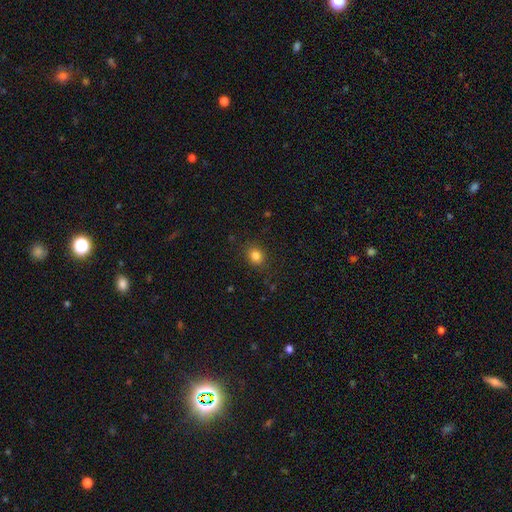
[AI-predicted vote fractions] Q: Smooth or featured?
A: smooth (83%); runner-up: star or artifact (12%)
Q: How rounded?
A: round (59%); runner-up: in between (40%)
Q: Merging?
A: none (86%); runner-up: minor disturbance (10%)